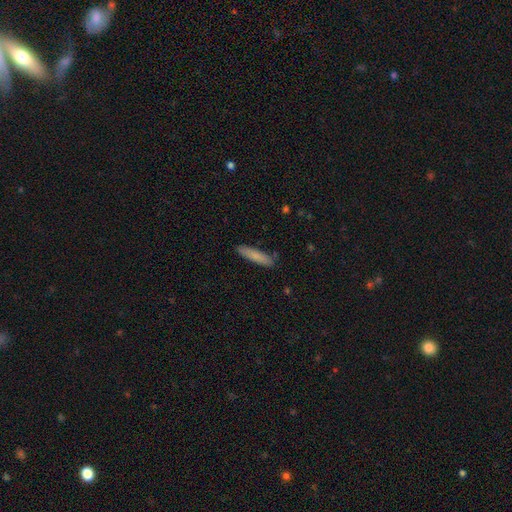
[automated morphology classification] Smooth or featured?
  - smooth: 81% *
  - featured or disk: 13%
  - star or artifact: 6%
How rounded?
  - cigar-shaped: 86% *
  - in between: 13%
  - round: 1%
Merging?
  - none: 87% *
  - minor disturbance: 10%
  - major disturbance: 2%
  - merger: 1%